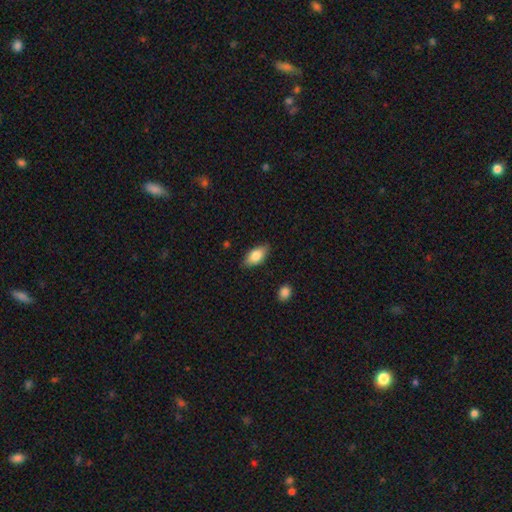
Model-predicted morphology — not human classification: Smooth or featured? Predicted: smooth (p=0.81). How rounded? Predicted: in between (p=0.90). Merging? Predicted: none (p=0.85).